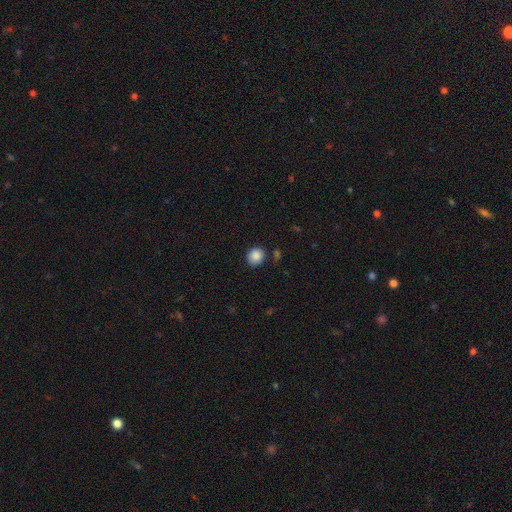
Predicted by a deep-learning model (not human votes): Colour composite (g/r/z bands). It shows a smooth galaxy with no disk features (88%) that is round (78%). Merging: none (80%).